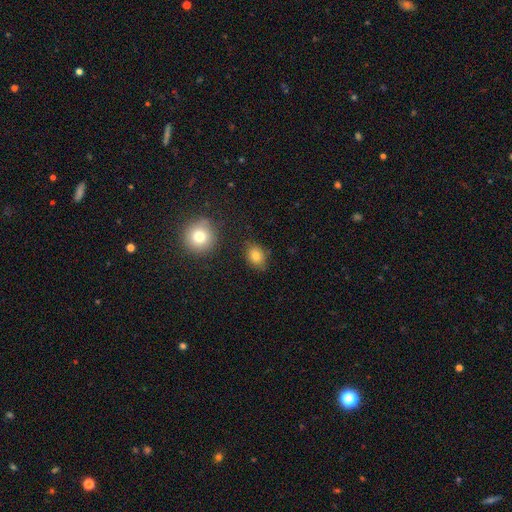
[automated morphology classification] A smooth galaxy with no disk features (80%) that is in between round and cigar-shaped (61%). Merging: none (80%).